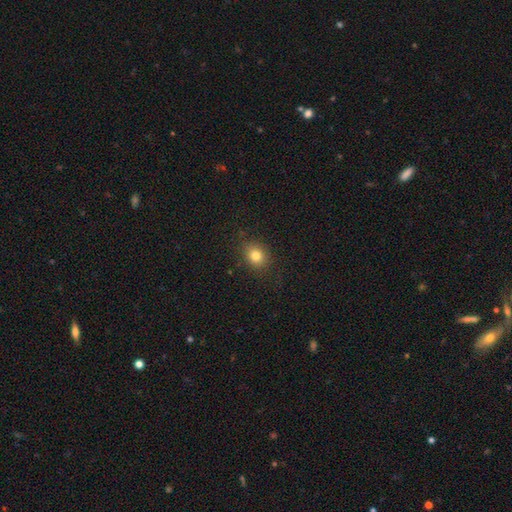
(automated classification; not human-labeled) smooth 81%, star or artifact 12%, featured or disk 7%. Down the decision tree: how rounded — round (58%); merging — none (84%).